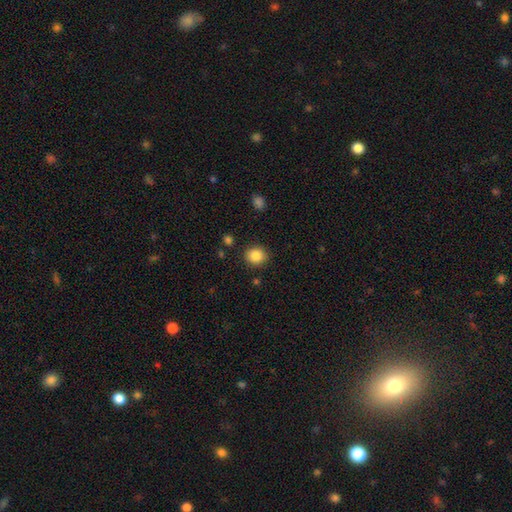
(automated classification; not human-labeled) Morphology: type=smooth (86%); roundness=round (79%); merging=none (87%).